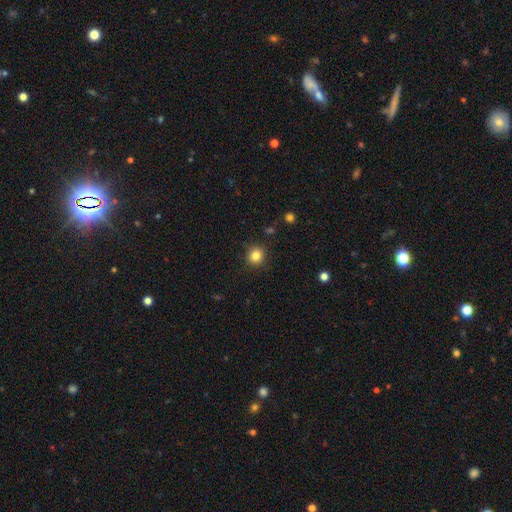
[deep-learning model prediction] Smooth or featured: smooth — 84% (star or artifact — 11%)
How rounded: round — 88% (in between — 11%)
Merging: none — 89% (minor disturbance — 7%)